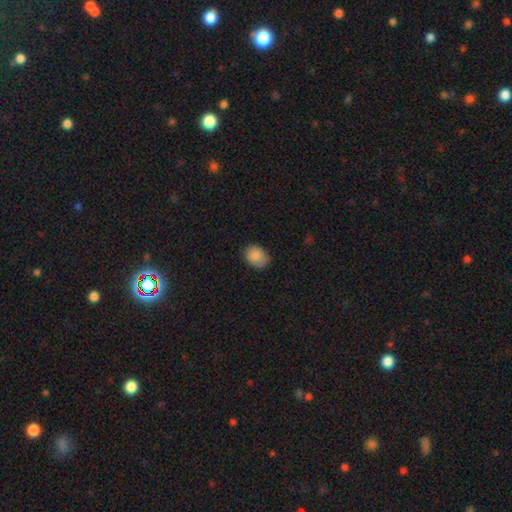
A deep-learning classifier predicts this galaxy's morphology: Smooth or featured? Predicted: smooth (p=0.88). How rounded? Predicted: in between (p=0.58). Merging? Predicted: none (p=0.76).